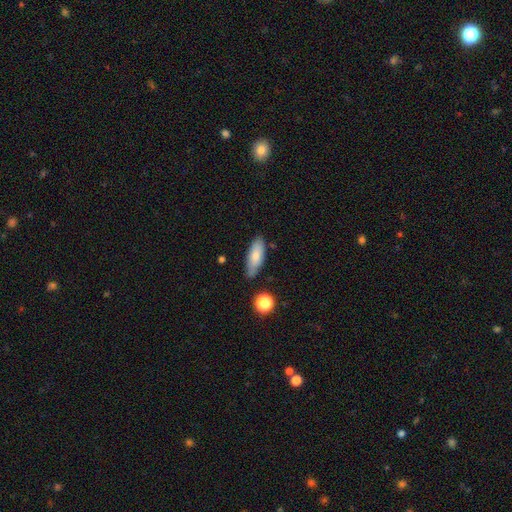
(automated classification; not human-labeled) Smooth or featured? smooth (76%)
How rounded? in between (69%)
Merging? none (76%)